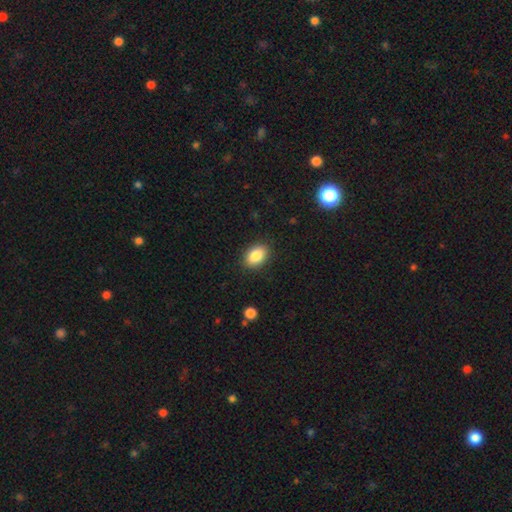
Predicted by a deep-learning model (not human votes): This appears to be a smooth galaxy with no disk features (86%) that is in between round and cigar-shaped (84%). Merging: none (88%).